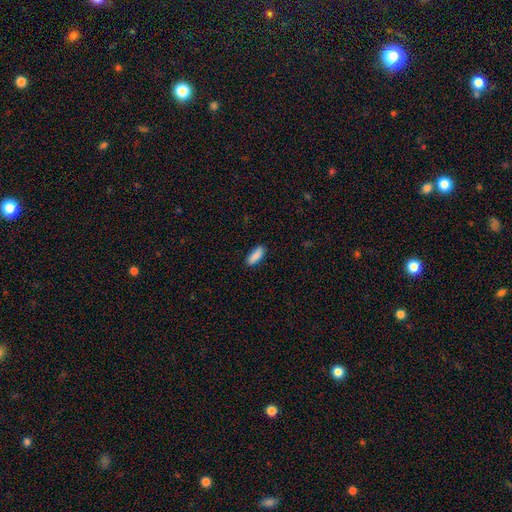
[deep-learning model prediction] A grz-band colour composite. It shows a smooth galaxy with no disk features (90%) that is in between round and cigar-shaped (70%). Merging: none (88%).